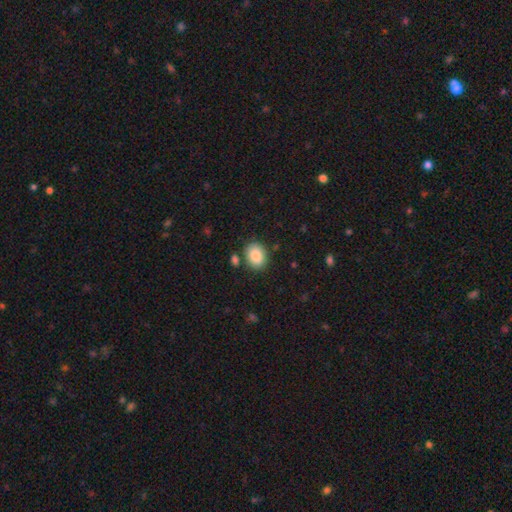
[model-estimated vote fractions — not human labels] Overall: smooth (88%). How rounded: in between (62%; round 37%). Merging: none (80%).